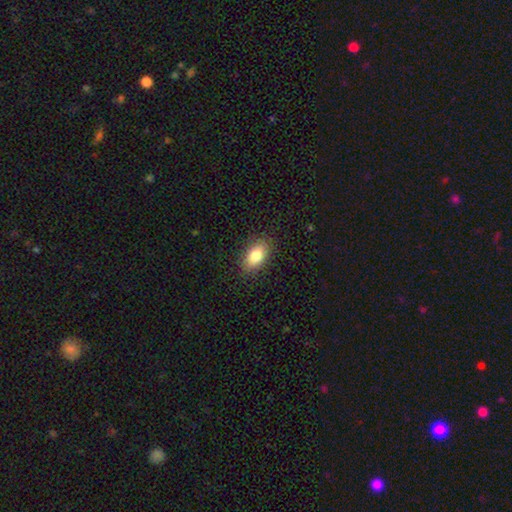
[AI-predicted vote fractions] The model was most divided on "smooth or featured": smooth: 82%, featured or disk: 10%, star or artifact: 8%. More confident: how rounded — in between (89%); merging — none (85%).